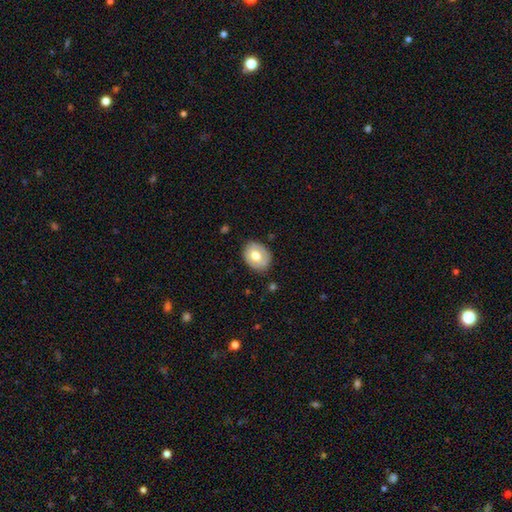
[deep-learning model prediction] Smooth or featured?
  - smooth: 68% *
  - featured or disk: 25%
  - star or artifact: 7%
How rounded?
  - in between: 56% *
  - round: 43%
  - cigar-shaped: 1%
Merging?
  - none: 83% *
  - minor disturbance: 13%
  - major disturbance: 3%
  - merger: 1%